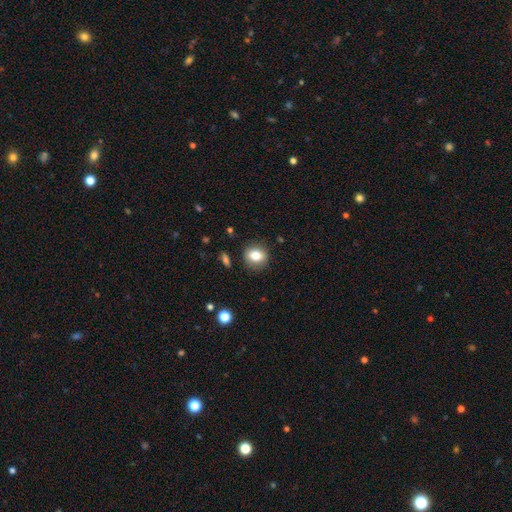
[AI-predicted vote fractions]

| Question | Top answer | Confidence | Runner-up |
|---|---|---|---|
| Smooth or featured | smooth | 79% | featured or disk (11%) |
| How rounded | round | 73% | in between (25%) |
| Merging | none | 85% | minor disturbance (11%) |